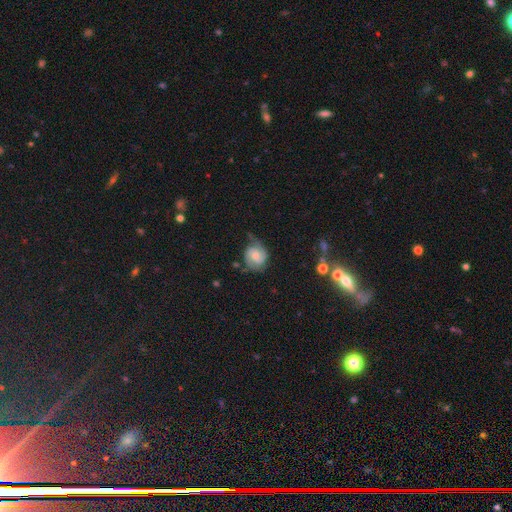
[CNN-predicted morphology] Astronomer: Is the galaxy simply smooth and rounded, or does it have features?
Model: featured or disk — 73%.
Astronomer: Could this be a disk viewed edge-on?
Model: no — 98%.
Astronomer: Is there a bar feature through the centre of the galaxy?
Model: no — 55% (runner-up: weak, 37%).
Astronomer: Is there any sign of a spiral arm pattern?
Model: yes — 95%.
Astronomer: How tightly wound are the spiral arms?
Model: medium — 43% (runner-up: tight, 42%).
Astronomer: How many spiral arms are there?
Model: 2 — 82%.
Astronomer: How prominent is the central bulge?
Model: moderate — 51% (runner-up: small, 36%).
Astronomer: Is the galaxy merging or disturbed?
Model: none — 60%.